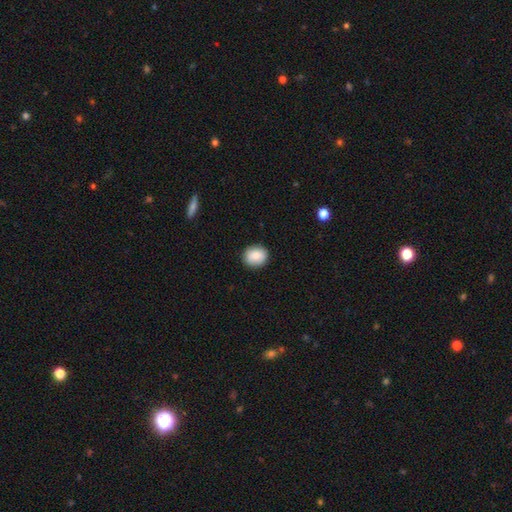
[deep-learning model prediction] Overall: smooth (86%). How rounded: round (74%). Merging: none (89%).